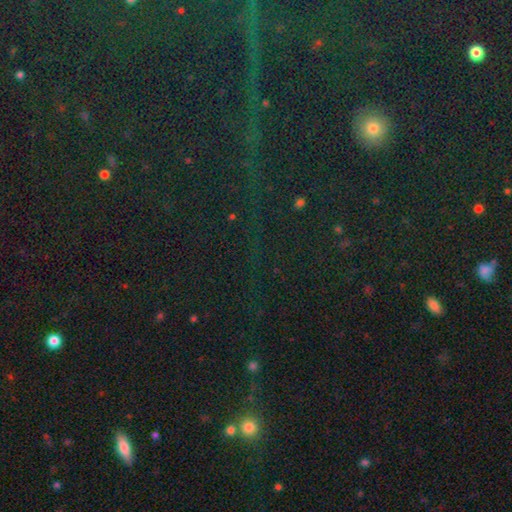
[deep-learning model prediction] smooth_or_featured: star or artifact (p=0.78) [alt: smooth p=0.14]